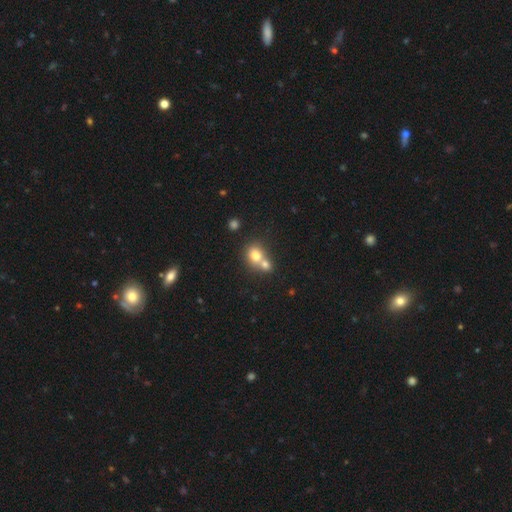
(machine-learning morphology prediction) Smooth or featured: smooth — 75% (featured or disk — 14%)
How rounded: round — 69% (in between — 30%)
Merging: merger — 60% (none — 31%)